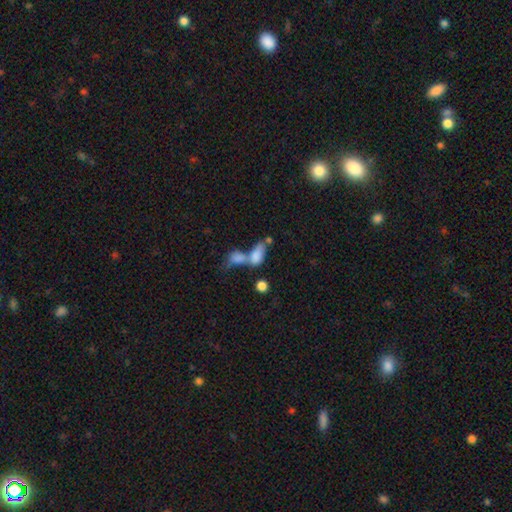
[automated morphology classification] type=smooth (75%); roundness=in between (82%); merging=merger (68%).